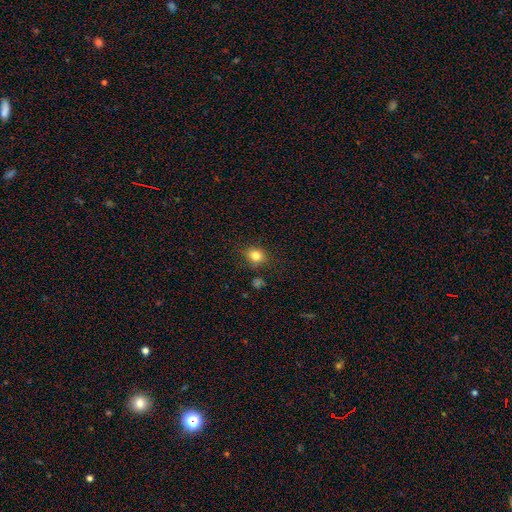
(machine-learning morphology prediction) Smooth or featured?
  - smooth: 82% *
  - star or artifact: 12%
  - featured or disk: 7%
How rounded?
  - round: 60% *
  - in between: 39%
  - cigar-shaped: 1%
Merging?
  - none: 80% *
  - minor disturbance: 13%
  - major disturbance: 4%
  - merger: 3%